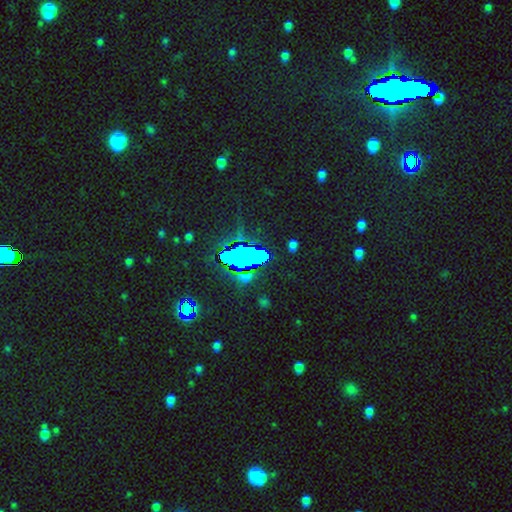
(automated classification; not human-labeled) smooth-or-featured: star or artifact: 82% | smooth: 10% | featured or disk: 7%